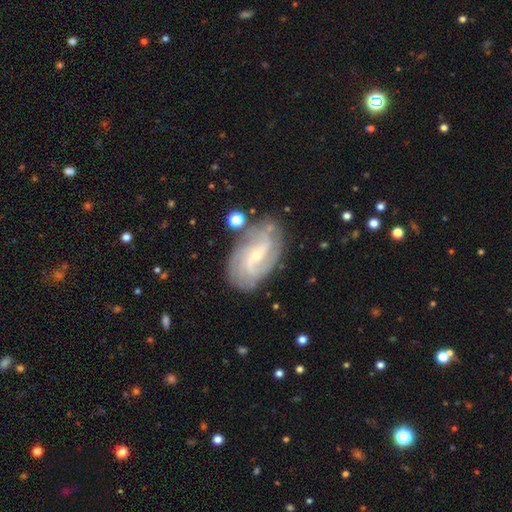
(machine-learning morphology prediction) A featured or disk galaxy (85%) with a weak bar (43%), 2 (36%) medium (41%) spiral arms (94%) and a small central bulge (78%). Merging: none (76%).